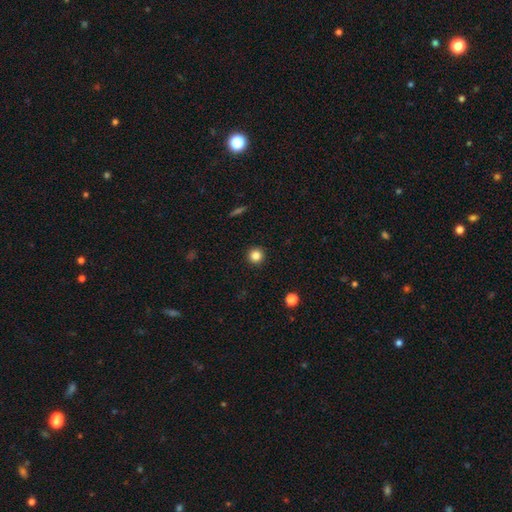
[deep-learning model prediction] Smooth or featured? smooth (84%)
How rounded? round (96%)
Merging? none (93%)